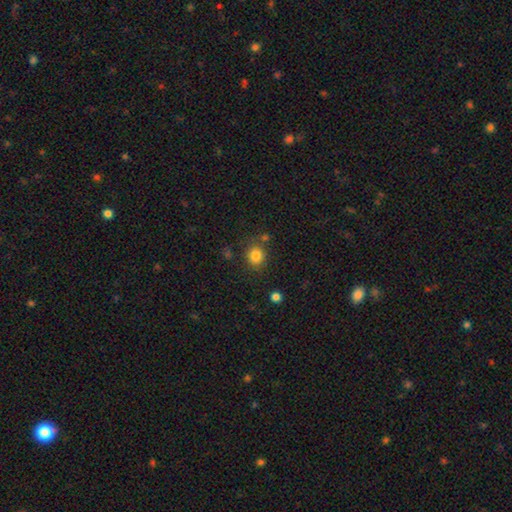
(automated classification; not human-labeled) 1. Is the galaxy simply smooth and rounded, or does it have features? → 83% smooth, 11% star or artifact, 6% featured or disk.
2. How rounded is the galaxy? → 75% round, 24% in between, 1% cigar-shaped.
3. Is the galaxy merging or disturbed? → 77% none, 11% minor disturbance, 7% merger, 4% major disturbance.